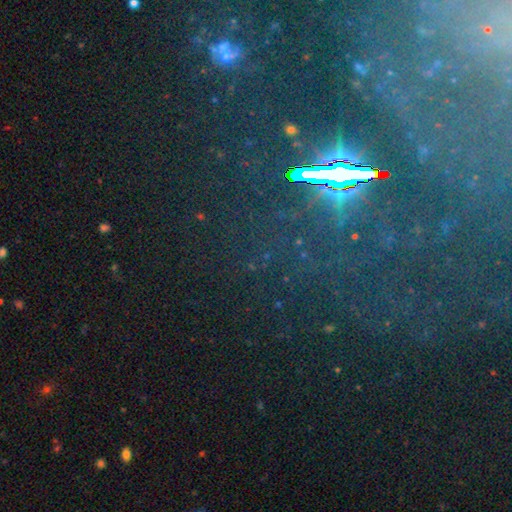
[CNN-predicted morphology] Smooth or featured? Predicted: star or artifact (p=0.77).